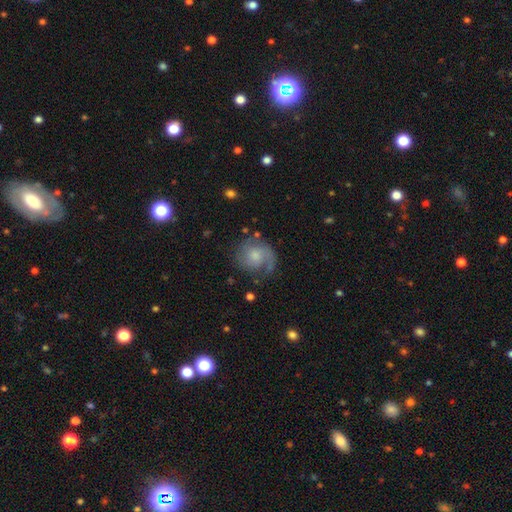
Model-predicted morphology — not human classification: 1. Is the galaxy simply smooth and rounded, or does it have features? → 63% featured or disk, 29% smooth, 8% star or artifact.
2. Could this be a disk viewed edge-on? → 98% no, 2% yes.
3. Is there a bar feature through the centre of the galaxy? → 72% no, 25% weak, 3% strong.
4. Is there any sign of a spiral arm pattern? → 90% yes, 10% no.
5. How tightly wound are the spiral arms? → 42% medium, 33% tight, 25% loose.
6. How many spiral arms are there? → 45% 1, 35% 2, 12% can't tell, 5% 3, 2% 4, 2% more than 4.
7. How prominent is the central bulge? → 42% moderate, 38% small, 11% none, 7% large, 2% dominant.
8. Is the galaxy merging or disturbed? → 62% none, 20% minor disturbance, 15% major disturbance, 3% merger.